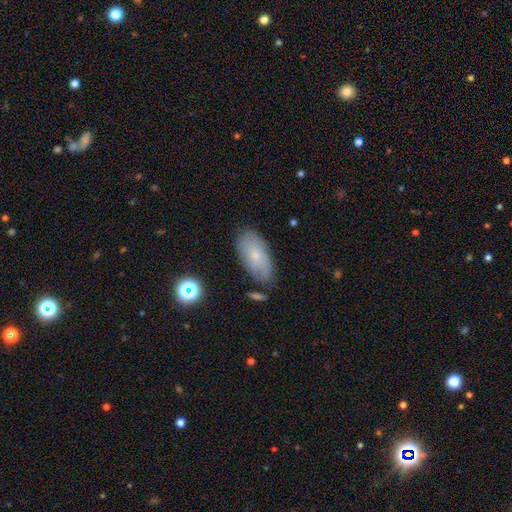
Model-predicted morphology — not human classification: Q: Smooth or featured?
A: smooth (57%); runner-up: featured or disk (33%)
Q: How rounded?
A: in between (92%); runner-up: cigar-shaped (4%)
Q: Merging?
A: none (73%); runner-up: minor disturbance (19%)